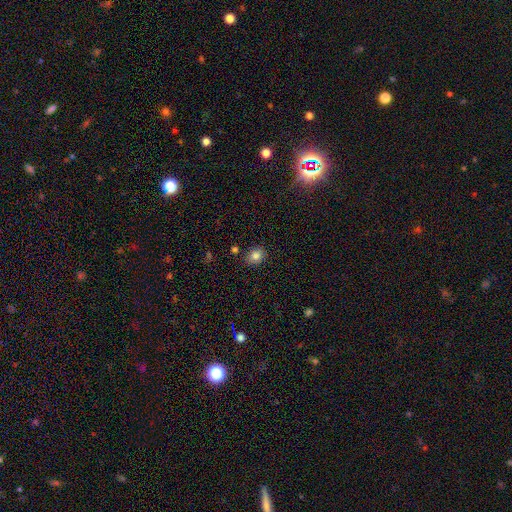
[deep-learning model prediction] smooth 83%, star or artifact 11%, featured or disk 7%. Down the decision tree: how rounded — in between (52%); merging — none (84%).